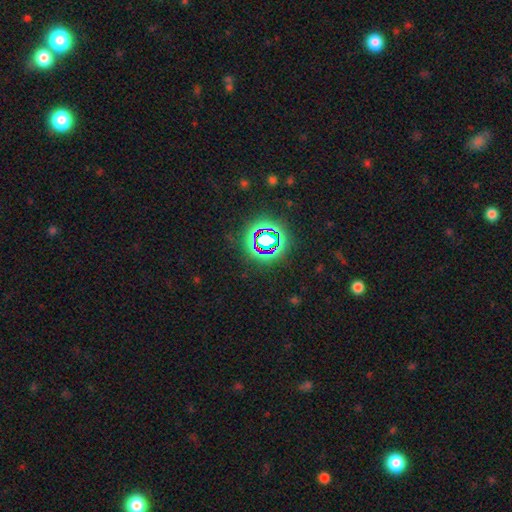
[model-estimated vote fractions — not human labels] smooth-or-featured: star or artifact: 74% | smooth: 18% | featured or disk: 8%